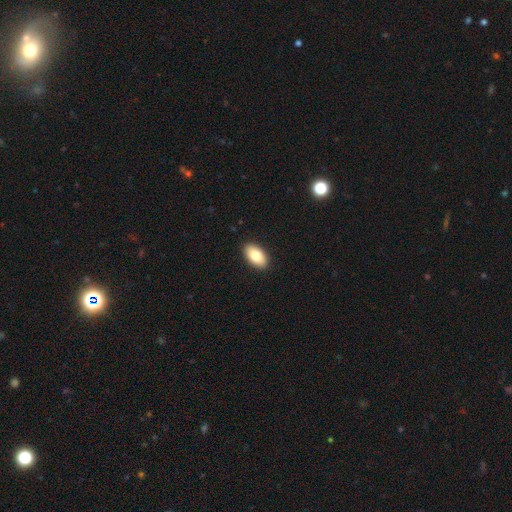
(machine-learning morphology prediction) Q: Smooth or featured?
A: smooth (82%); runner-up: featured or disk (12%)
Q: How rounded?
A: in between (94%); runner-up: round (4%)
Q: Merging?
A: none (90%); runner-up: minor disturbance (7%)